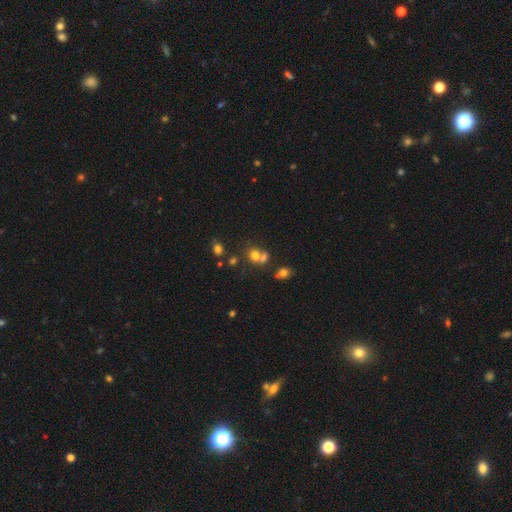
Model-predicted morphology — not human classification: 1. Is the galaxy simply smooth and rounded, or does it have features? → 69% smooth, 19% star or artifact, 13% featured or disk.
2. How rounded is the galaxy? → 72% round, 27% in between, 1% cigar-shaped.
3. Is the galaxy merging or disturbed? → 44% none, 42% merger, 9% minor disturbance, 5% major disturbance.